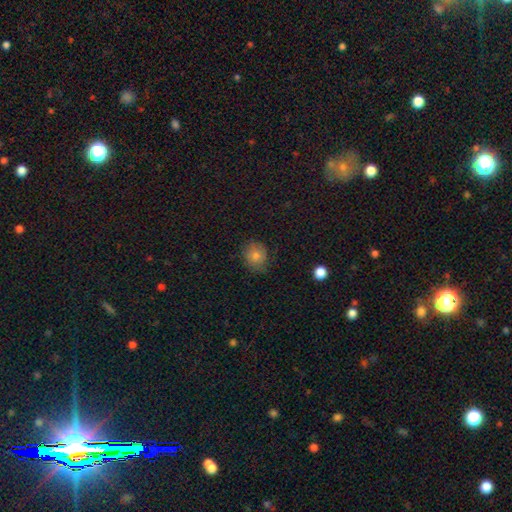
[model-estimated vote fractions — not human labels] This appears to be a smooth galaxy with no disk features (70%) that is round (78%). Merging: none (74%).